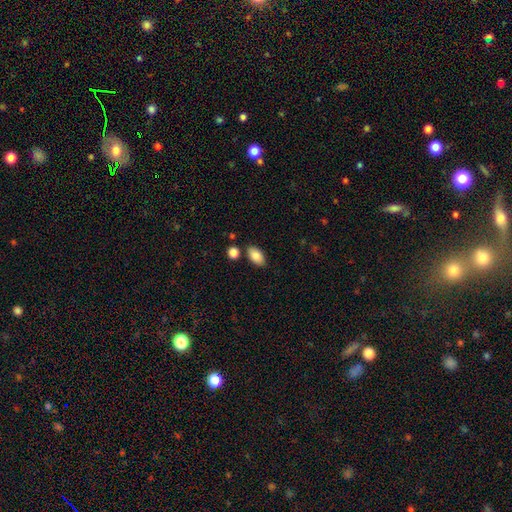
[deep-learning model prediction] smooth_or_featured: smooth (p=0.86) [alt: star or artifact p=0.07]
how_rounded: in between (p=0.93) [alt: round p=0.05]
merging: none (p=0.81) [alt: minor disturbance p=0.10]